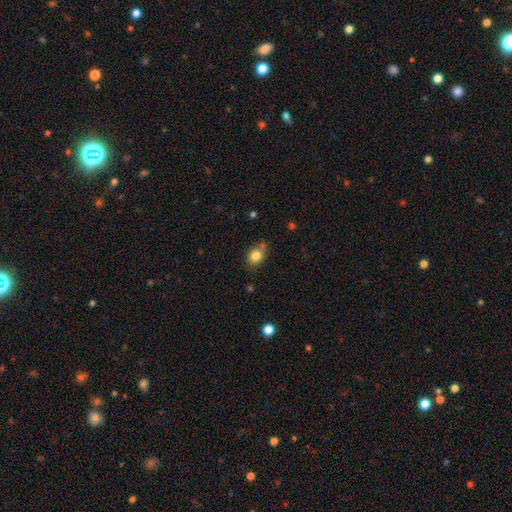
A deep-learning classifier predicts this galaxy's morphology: smooth-or-featured: smooth: 82% | star or artifact: 10% | featured or disk: 9%
  how-rounded: in between: 54% | round: 44% | cigar-shaped: 1%
  merging: none: 63% | minor disturbance: 25% | merger: 6% | major disturbance: 6%